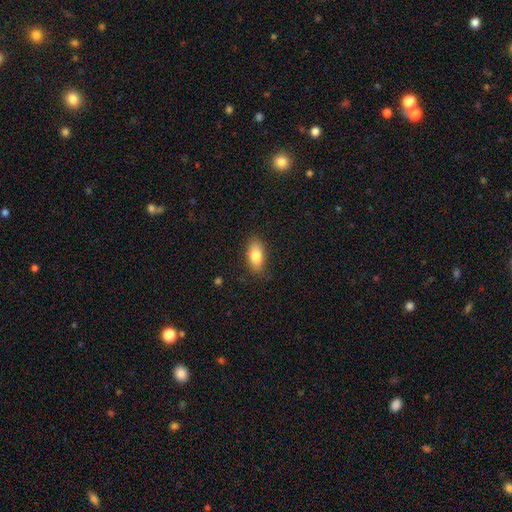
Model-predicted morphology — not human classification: Smooth or featured? smooth (81%)
How rounded? in between (89%)
Merging? none (82%)